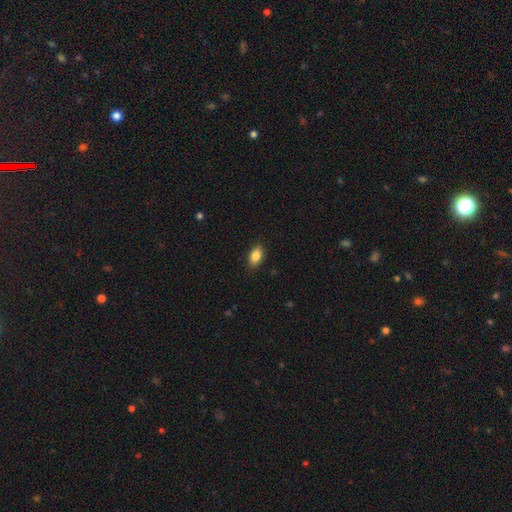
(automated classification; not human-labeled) Q: Smooth or featured?
A: smooth (85%); runner-up: star or artifact (8%)
Q: How rounded?
A: in between (90%); runner-up: round (8%)
Q: Merging?
A: none (88%); runner-up: minor disturbance (9%)